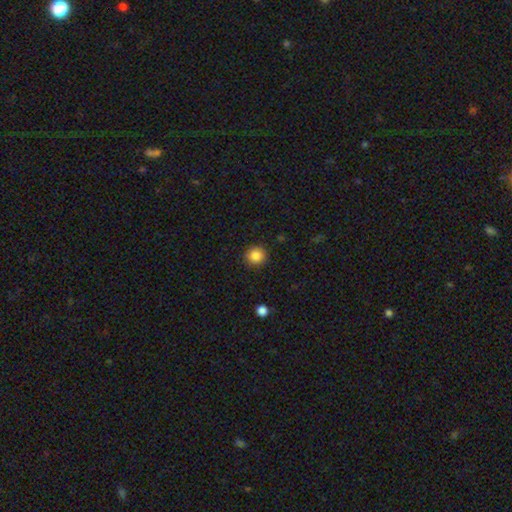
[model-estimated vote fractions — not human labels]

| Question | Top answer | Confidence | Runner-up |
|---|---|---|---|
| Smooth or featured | smooth | 86% | star or artifact (10%) |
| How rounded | round | 92% | in between (7%) |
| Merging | none | 90% | minor disturbance (7%) |